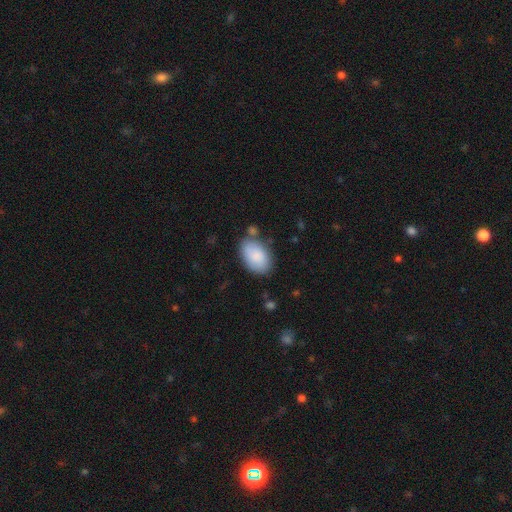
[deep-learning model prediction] Smooth or featured? smooth (87%)
How rounded? in between (92%)
Merging? none (72%)